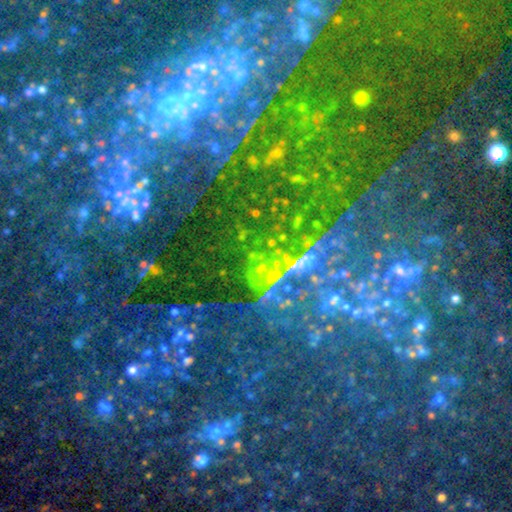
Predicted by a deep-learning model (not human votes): Overall: star or artifact (69%).